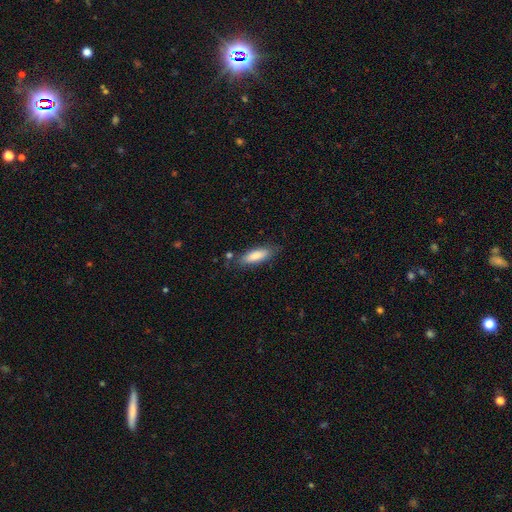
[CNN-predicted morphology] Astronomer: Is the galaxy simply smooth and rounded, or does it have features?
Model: smooth — 82%.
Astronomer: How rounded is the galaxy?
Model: in between — 54% (runner-up: cigar-shaped, 44%).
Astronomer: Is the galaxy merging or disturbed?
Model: none — 77%.